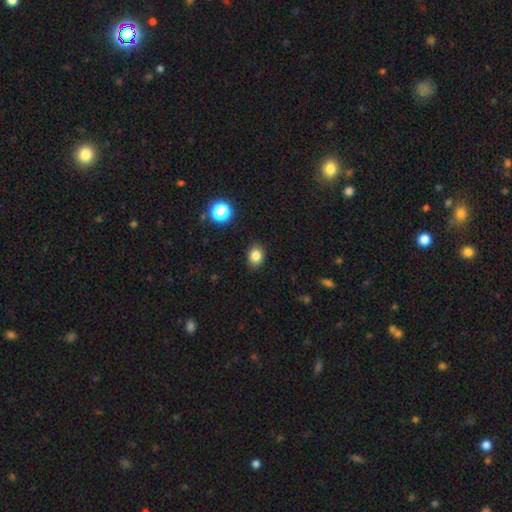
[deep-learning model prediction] Morphology: type=smooth (82%); roundness=in between (58%); merging=none (87%).